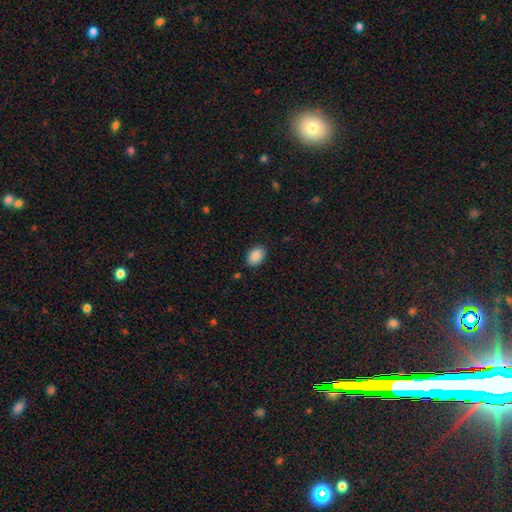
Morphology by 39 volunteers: Smooth or featured? smooth (95%)
How rounded? in between (70%)
Merging? none (84%)